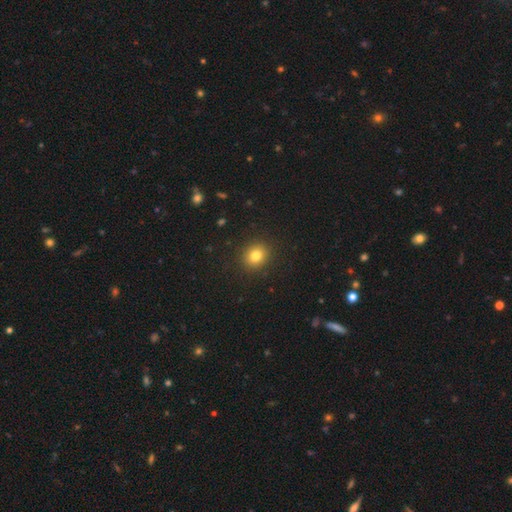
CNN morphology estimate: Smooth or featured: smooth — 81% (star or artifact — 12%)
How rounded: round — 73% (in between — 26%)
Merging: none — 90% (minor disturbance — 6%)